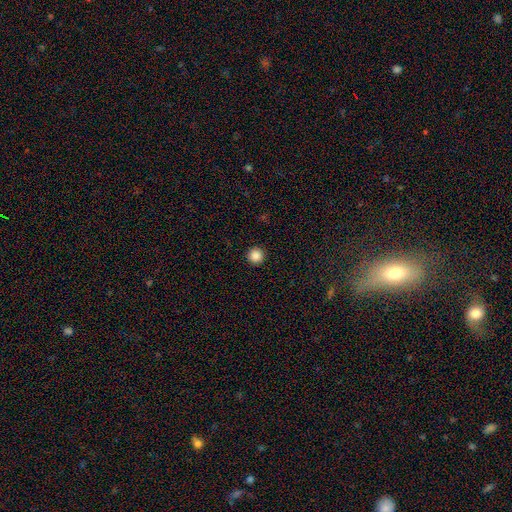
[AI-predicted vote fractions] Smooth or featured: smooth — 87% (star or artifact — 10%)
How rounded: round — 97% (in between — 2%)
Merging: none — 94% (minor disturbance — 4%)